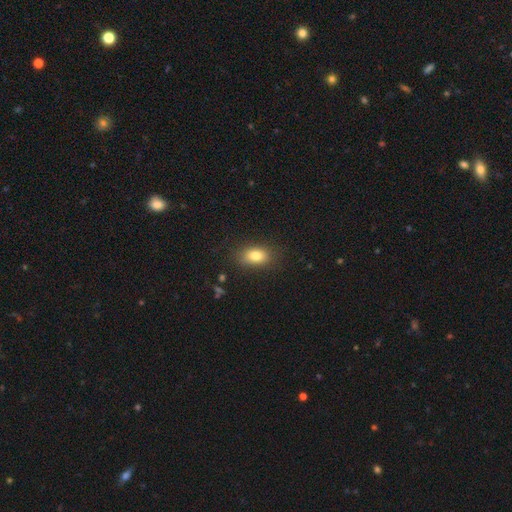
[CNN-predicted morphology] This is clearly a smooth galaxy (81%). How rounded: clearly in between (82%). Merging: clearly none (82%).